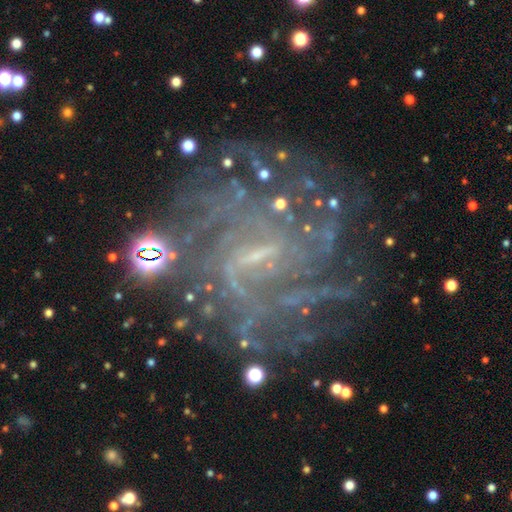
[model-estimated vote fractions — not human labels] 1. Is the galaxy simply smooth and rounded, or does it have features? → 81% featured or disk, 13% star or artifact, 7% smooth.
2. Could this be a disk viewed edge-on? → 97% no, 3% yes.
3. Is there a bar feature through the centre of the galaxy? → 55% weak, 25% no, 21% strong.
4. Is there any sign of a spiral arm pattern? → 92% yes, 8% no.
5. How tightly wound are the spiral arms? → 57% tight, 31% medium, 11% loose.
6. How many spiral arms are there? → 36% can't tell, 19% more than 4, 16% 4, 10% 3, 10% 2, 8% 1.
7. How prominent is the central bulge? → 66% small, 22% none, 10% moderate, 1% large, 1% dominant.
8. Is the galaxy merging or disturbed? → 72% none, 14% minor disturbance, 11% major disturbance, 3% merger.